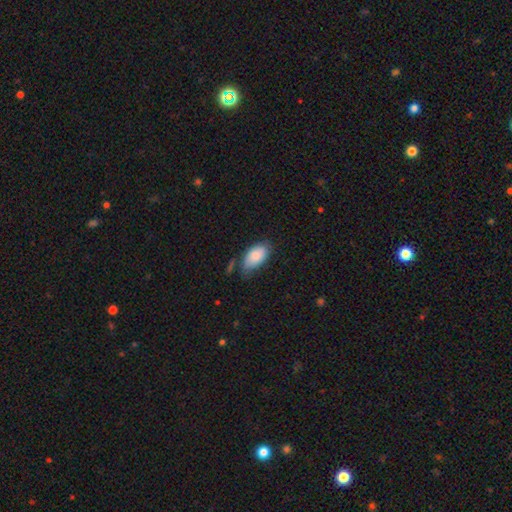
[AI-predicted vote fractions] A smooth galaxy with no disk features (83%) that is in between round and cigar-shaped (94%).

Vote fractions:
- Smooth or featured? smooth: 83% / featured or disk: 10% / star or artifact: 7%
- How rounded? in between: 94% / round: 4% / cigar-shaped: 2%
- Merging? none: 54% / minor disturbance: 32% / major disturbance: 9% / merger: 5%